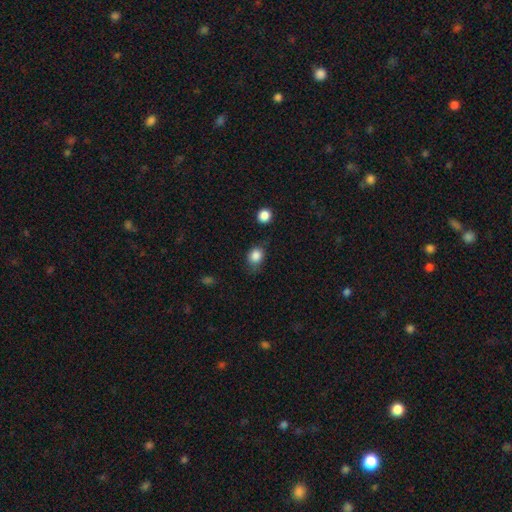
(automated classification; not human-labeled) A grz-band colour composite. It shows a smooth galaxy with no disk features (85%) that is round (59%). Merging: none (63%).